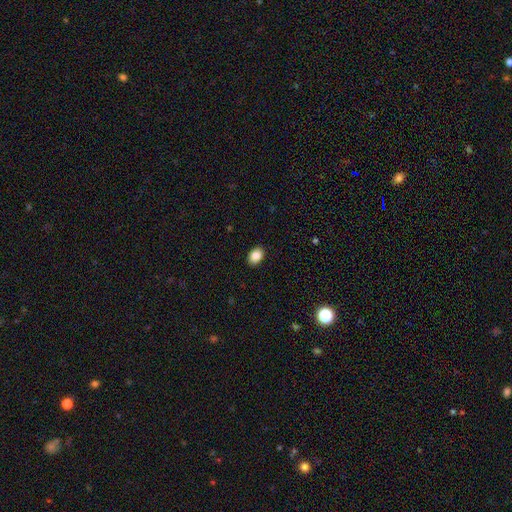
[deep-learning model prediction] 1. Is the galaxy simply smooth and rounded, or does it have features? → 88% smooth, 8% star or artifact, 4% featured or disk.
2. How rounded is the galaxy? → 77% in between, 21% round, 1% cigar-shaped.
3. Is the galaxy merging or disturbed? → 89% none, 8% minor disturbance, 2% major disturbance, 1% merger.